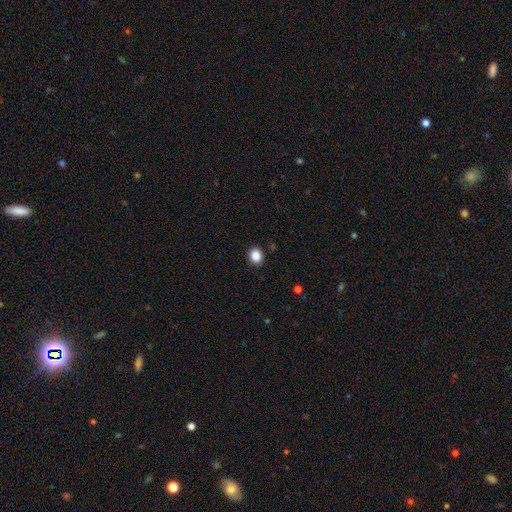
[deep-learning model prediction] Smooth or featured?
  - smooth: 86% *
  - star or artifact: 11%
  - featured or disk: 3%
How rounded?
  - round: 76% *
  - in between: 23%
  - cigar-shaped: 1%
Merging?
  - none: 91% *
  - minor disturbance: 6%
  - major disturbance: 2%
  - merger: 1%